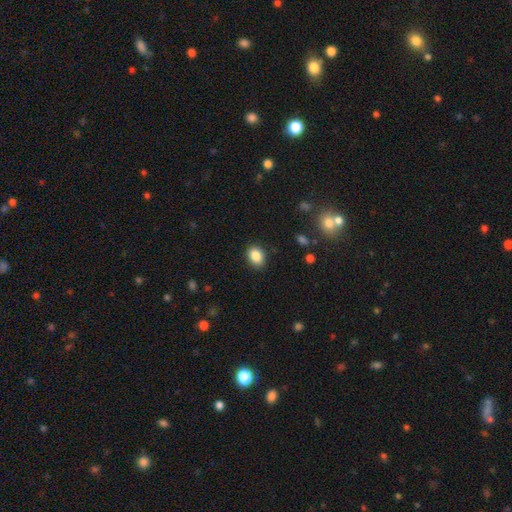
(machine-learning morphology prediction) A smooth galaxy with no disk features (86%) that is in between round and cigar-shaped (70%).

Vote fractions:
- Smooth or featured? smooth: 86% / star or artifact: 9% / featured or disk: 5%
- How rounded? in between: 70% / round: 29% / cigar-shaped: 1%
- Merging? none: 88% / minor disturbance: 9% / major disturbance: 2% / merger: 1%